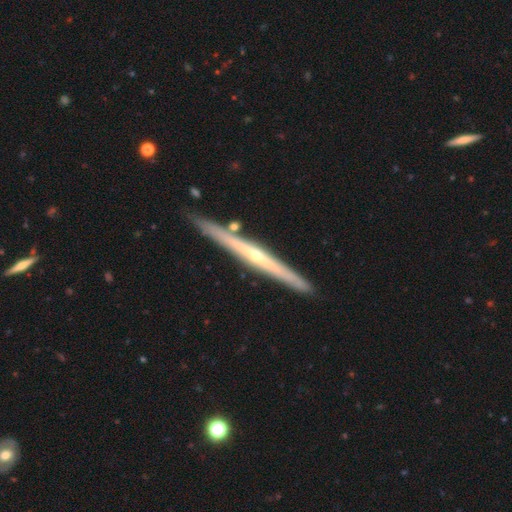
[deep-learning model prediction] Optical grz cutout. It shows a featured or disk galaxy (79%) viewed edge-on (97%) with a rounded central bulge (65%). Merging: none (88%).